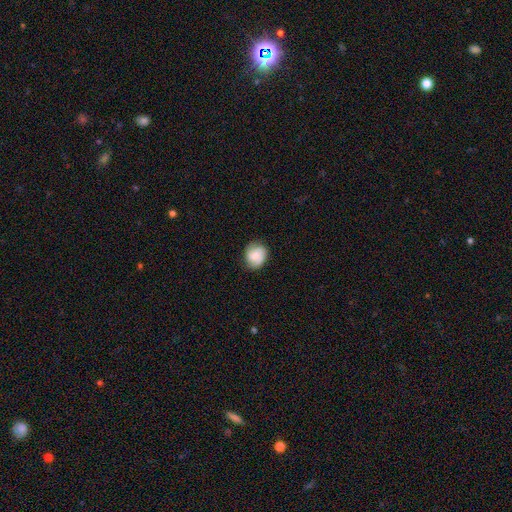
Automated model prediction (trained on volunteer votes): Morphology: type=smooth (65%); roundness=round (67%); merging=none (77%).